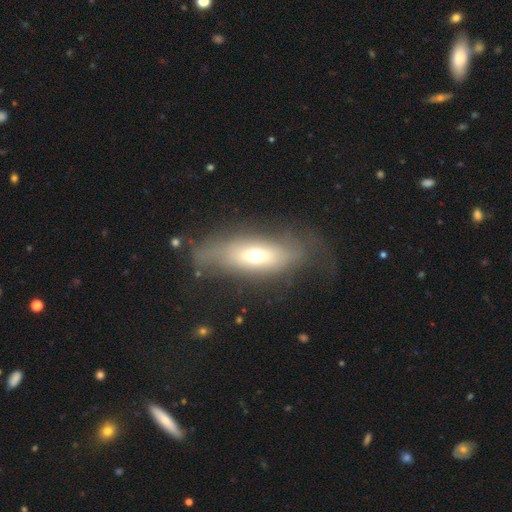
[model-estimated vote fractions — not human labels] A smooth galaxy with no disk features (53%) that is in between round and cigar-shaped (68%). Merging: none (50%).